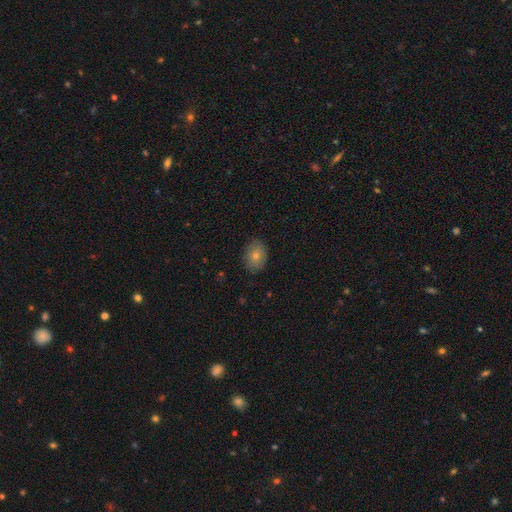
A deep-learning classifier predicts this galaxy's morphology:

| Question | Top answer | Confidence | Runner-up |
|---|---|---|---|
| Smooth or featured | smooth | 72% | featured or disk (16%) |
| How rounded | in between | 65% | round (34%) |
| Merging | none | 85% | minor disturbance (11%) |